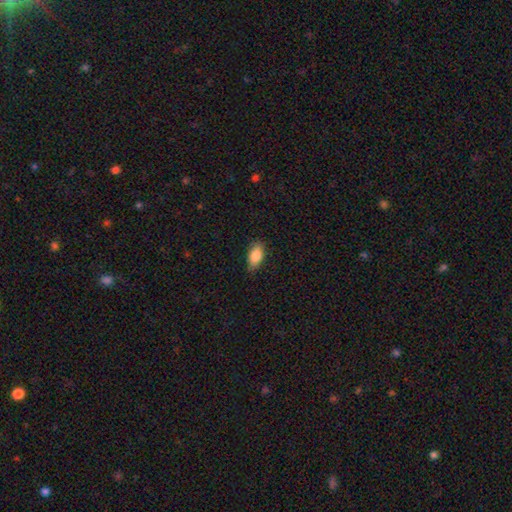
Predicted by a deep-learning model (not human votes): A smooth galaxy with no disk features (87%) that is in between round and cigar-shaped (90%). Merging: none (81%).